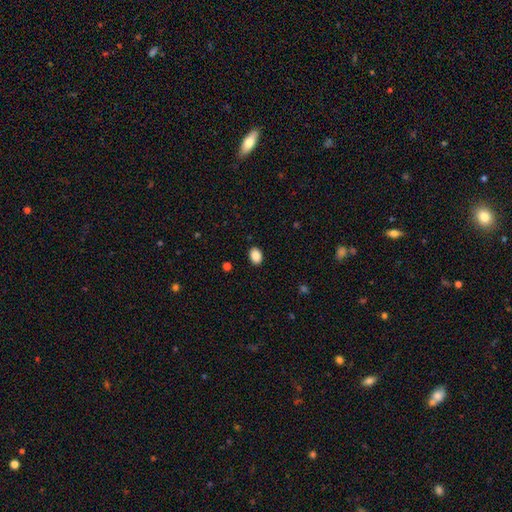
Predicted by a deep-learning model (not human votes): Smooth or featured? smooth (89%)
How rounded? in between (77%)
Merging? none (89%)